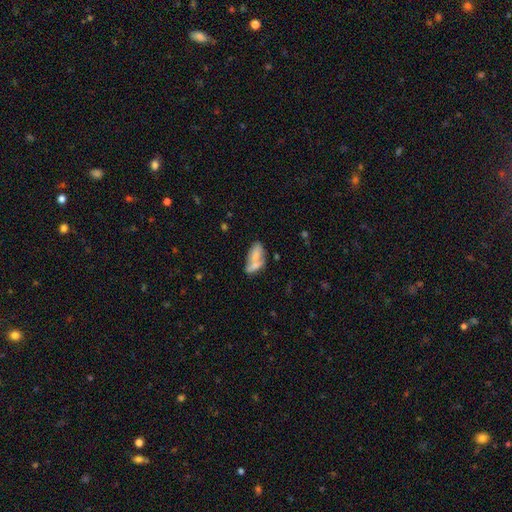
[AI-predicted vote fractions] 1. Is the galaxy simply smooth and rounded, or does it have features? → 67% smooth, 25% featured or disk, 8% star or artifact.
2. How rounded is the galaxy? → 83% in between, 12% cigar-shaped, 5% round.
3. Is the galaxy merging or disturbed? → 54% merger, 25% none, 13% minor disturbance, 8% major disturbance.